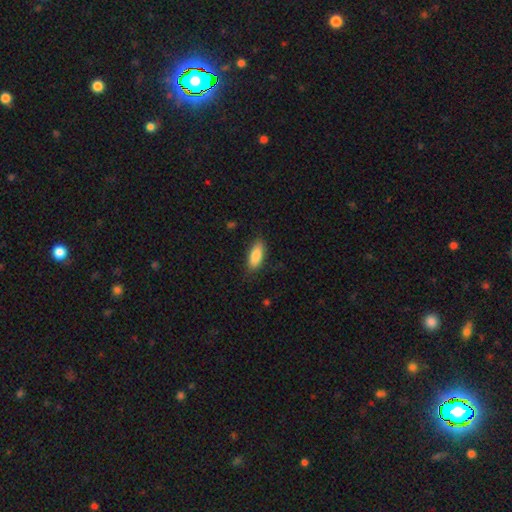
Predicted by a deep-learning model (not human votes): Overall: smooth (87%). How rounded: in between (79%). Merging: none (83%).